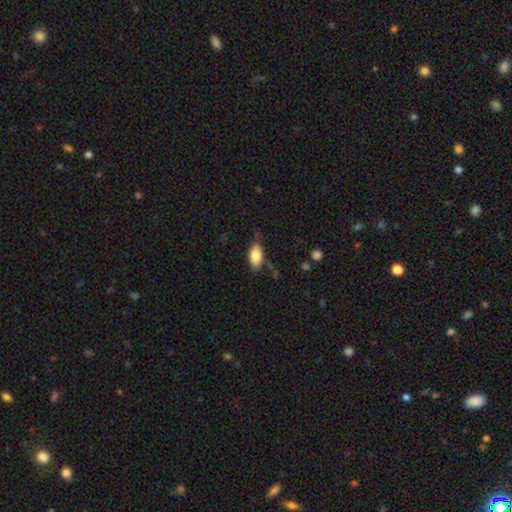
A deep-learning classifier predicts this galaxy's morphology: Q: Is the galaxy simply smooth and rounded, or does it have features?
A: smooth — 85%.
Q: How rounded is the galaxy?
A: in between — 92%.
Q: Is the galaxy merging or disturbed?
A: none — 71%.